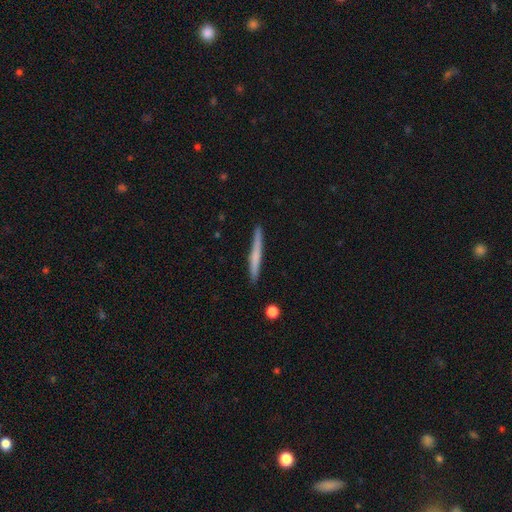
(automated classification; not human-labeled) Morphology: type=smooth (56%); roundness=cigar-shaped (97%); merging=none (90%).